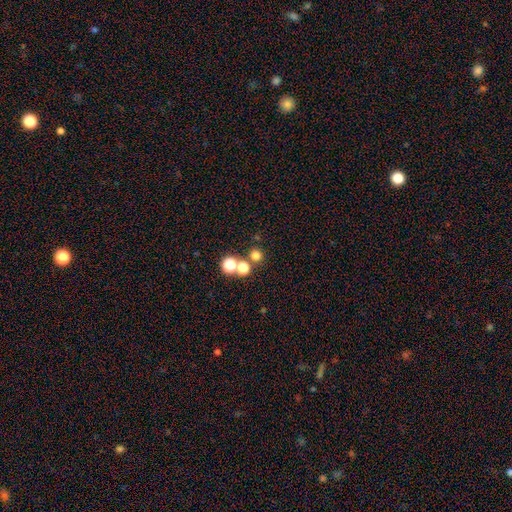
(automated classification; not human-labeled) This appears to be a smooth galaxy with no disk features (73%) that is round (92%). Merging: none (71%).